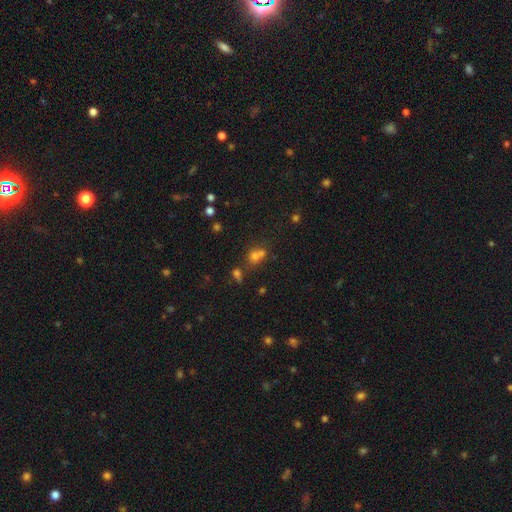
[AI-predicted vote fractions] smooth 57%, star or artifact 28%, featured or disk 14%. Down the decision tree: how rounded — round (73%); merging — merger (48%).